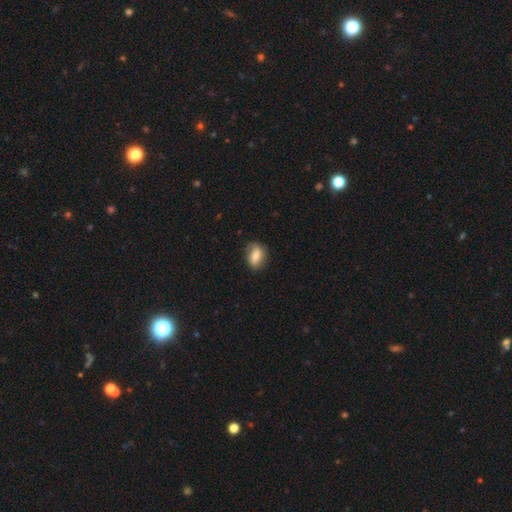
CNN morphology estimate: Q: Smooth or featured?
A: smooth (68%); runner-up: featured or disk (24%)
Q: How rounded?
A: in between (70%); runner-up: round (28%)
Q: Merging?
A: none (79%); runner-up: minor disturbance (16%)